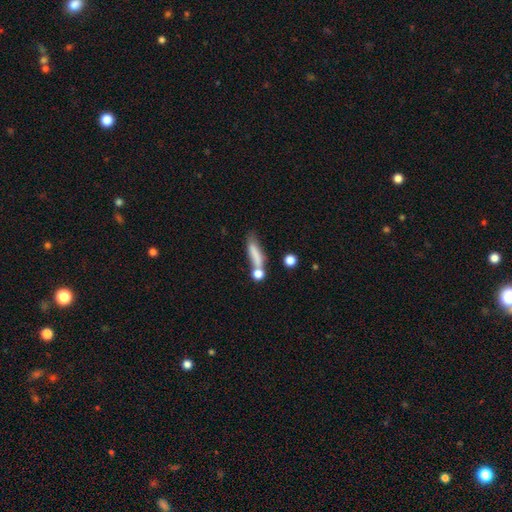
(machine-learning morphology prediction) Smooth or featured? Predicted: smooth (p=0.72). How rounded? Predicted: cigar-shaped (p=0.62). Merging? Predicted: none (p=0.41).